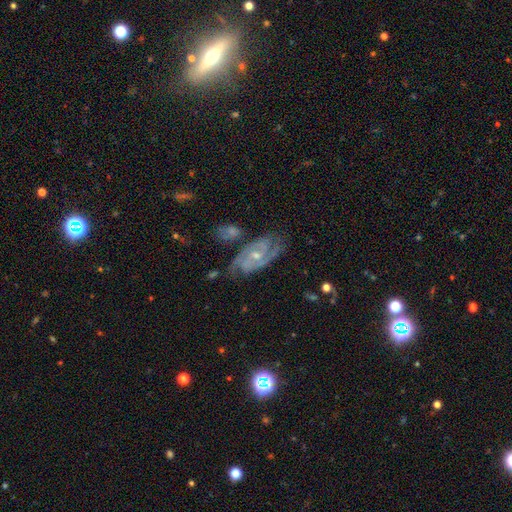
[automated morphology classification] A featured or disk galaxy (87%) with no bar (56%), 2 (67%) tight (53%) spiral arms (97%) and a small central bulge (52%).

Vote fractions:
- Smooth or featured? featured or disk: 87% / star or artifact: 6% / smooth: 6%
- Edge-on disk? no: 96% / yes: 4%
- Bar? no: 56% / weak: 35% / strong: 9%
- Spiral arms? yes: 97% / no: 3%
- Spiral winding? tight: 53% / medium: 38% / loose: 8%
- Spiral arm count? 2: 67% / 3: 15% / can't tell: 10% / 4: 3% / 1: 3% / more than 4: 3%
- Bulge size? small: 52% / moderate: 44% / none: 2% / large: 1% / dominant: 1%
- Merging? none: 71% / minor disturbance: 18% / major disturbance: 6% / merger: 5%